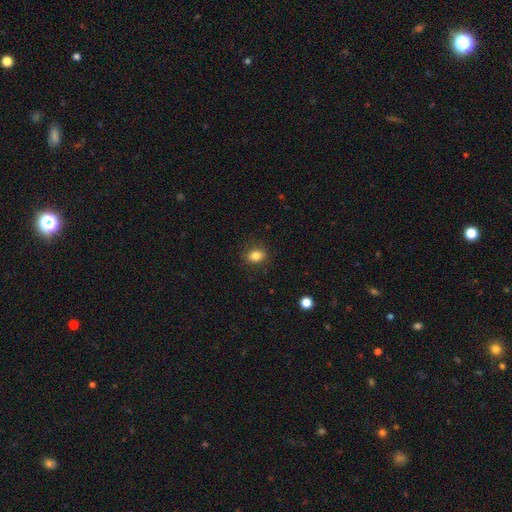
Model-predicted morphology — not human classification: The model was most divided on "how rounded": in between: 62%, round: 36%, cigar-shaped: 1%. More confident: merging — none (86%); smooth or featured — smooth (82%).